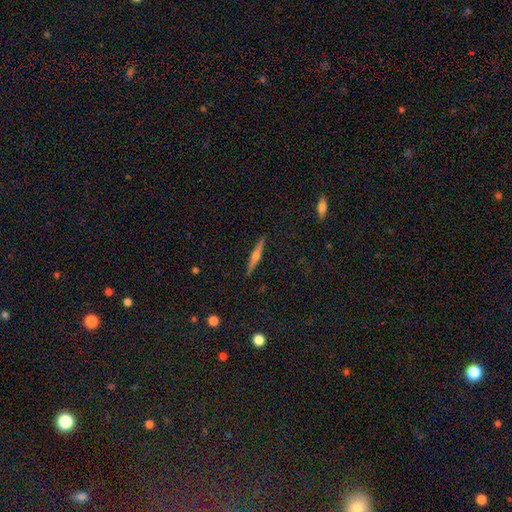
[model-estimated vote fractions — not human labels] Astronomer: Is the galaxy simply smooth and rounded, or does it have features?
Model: featured or disk — 61%.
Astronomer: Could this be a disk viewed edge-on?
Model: yes — 97%.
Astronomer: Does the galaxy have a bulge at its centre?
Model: rounded — 84%.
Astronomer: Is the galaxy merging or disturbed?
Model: none — 91%.